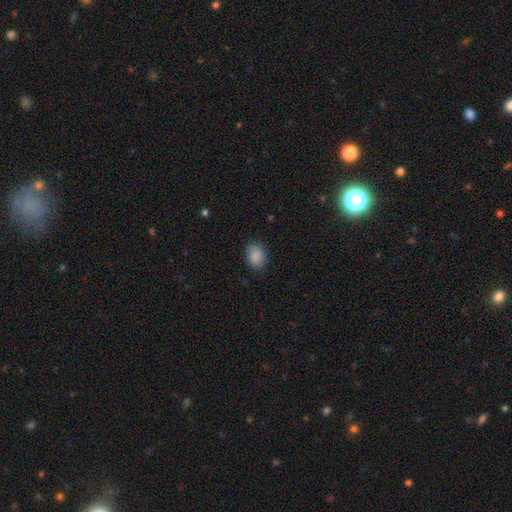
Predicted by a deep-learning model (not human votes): Q: Smooth or featured?
A: smooth (88%); runner-up: star or artifact (8%)
Q: How rounded?
A: in between (63%); runner-up: round (36%)
Q: Merging?
A: none (82%); runner-up: minor disturbance (13%)